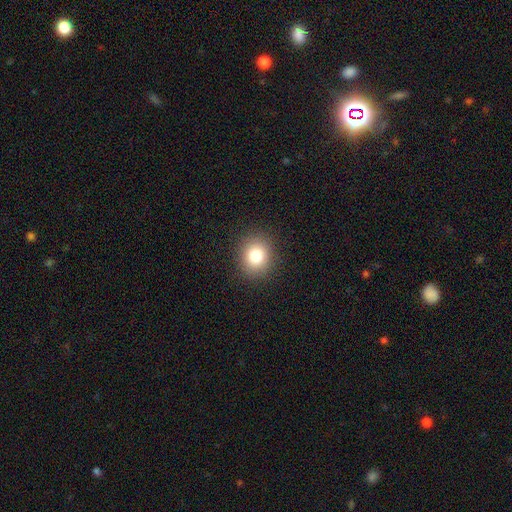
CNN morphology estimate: Smooth or featured? smooth (81%)
How rounded? round (77%)
Merging? none (90%)